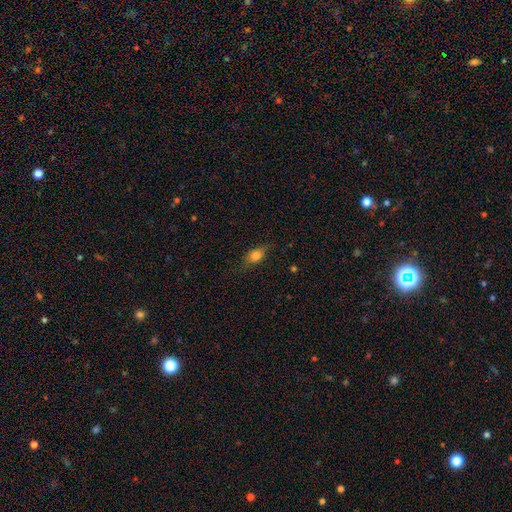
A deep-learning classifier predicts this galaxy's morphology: Smooth or featured: smooth — 78% (featured or disk — 13%)
How rounded: in between — 78% (round — 14%)
Merging: none — 75% (minor disturbance — 19%)